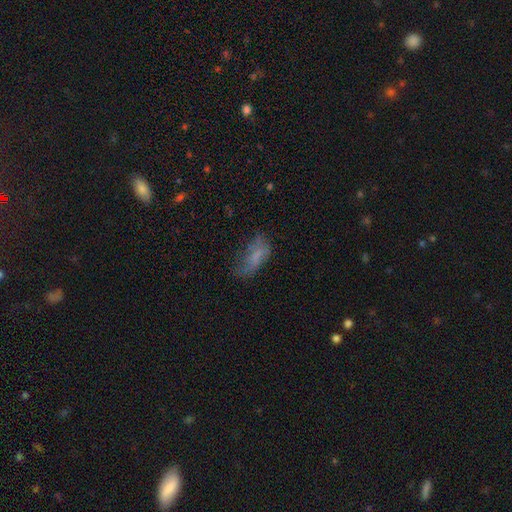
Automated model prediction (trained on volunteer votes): Smooth or featured?
  - smooth: 59% *
  - featured or disk: 29%
  - star or artifact: 13%
How rounded?
  - in between: 84% *
  - cigar-shaped: 13%
  - round: 4%
Merging?
  - none: 45% *
  - minor disturbance: 29%
  - major disturbance: 23%
  - merger: 3%